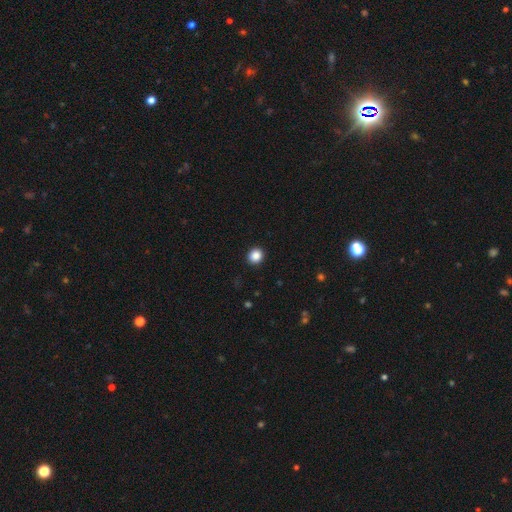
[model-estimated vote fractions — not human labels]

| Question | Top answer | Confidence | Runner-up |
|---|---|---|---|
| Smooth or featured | smooth | 87% | star or artifact (10%) |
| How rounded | round | 87% | in between (12%) |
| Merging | none | 92% | minor disturbance (5%) |